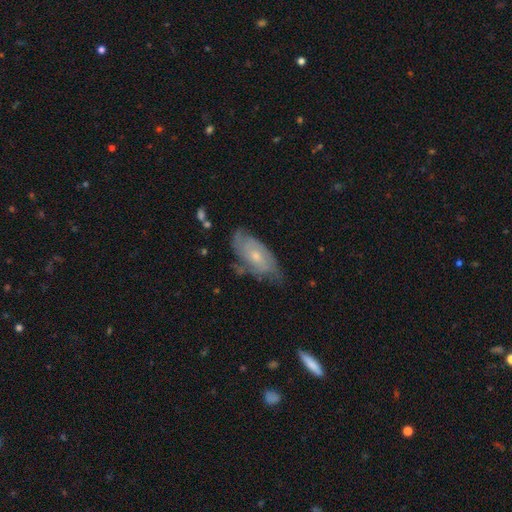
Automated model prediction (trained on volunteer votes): A featured or disk galaxy (69%) with no bar (73%), tight (54%) spiral arms (86%) and a small central bulge (57%).

Vote fractions:
- Smooth or featured? featured or disk: 69% / smooth: 24% / star or artifact: 7%
- Edge-on disk? no: 92% / yes: 8%
- Bar? no: 73% / weak: 23% / strong: 4%
- Spiral arms? yes: 86% / no: 14%
- Spiral winding? tight: 54% / medium: 34% / loose: 11%
- Spiral arm count? can't tell: 44% / 2: 24% / 3: 16% / 4: 8% / 1: 4% / more than 4: 4%
- Bulge size? small: 57% / moderate: 38% / none: 3% / large: 2% / dominant: 1%
- Merging? none: 59% / minor disturbance: 28% / major disturbance: 10% / merger: 3%